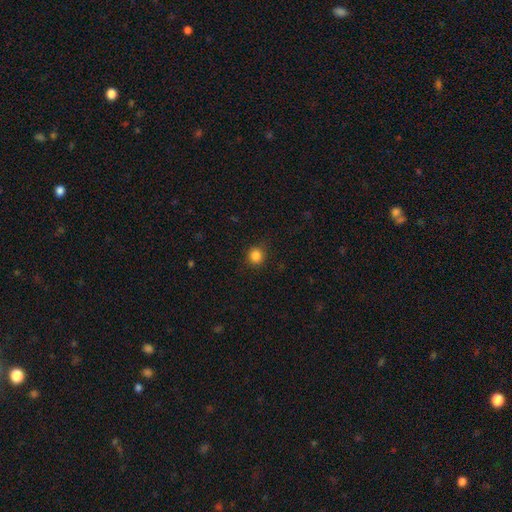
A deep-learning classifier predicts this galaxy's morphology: Smooth or featured: smooth — 84% (star or artifact — 12%)
How rounded: round — 89% (in between — 10%)
Merging: none — 86% (minor disturbance — 10%)